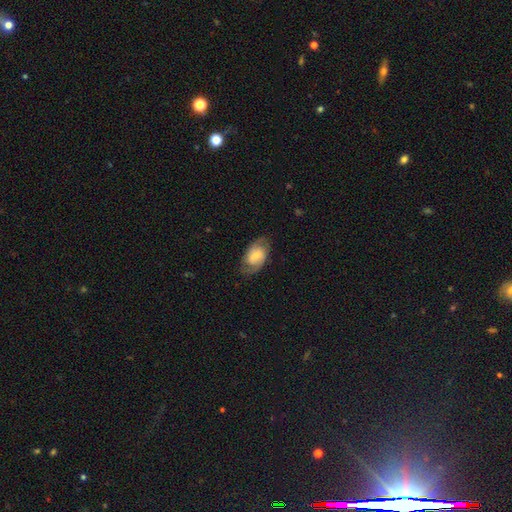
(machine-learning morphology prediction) Overall: featured or disk (57%; smooth 36%). Edge-on disk: no (95%). Bar: weak (44%; no 40%). Spiral arms: yes (87%). Bulge size: small (42%; moderate 25%). Merging: none (75%).